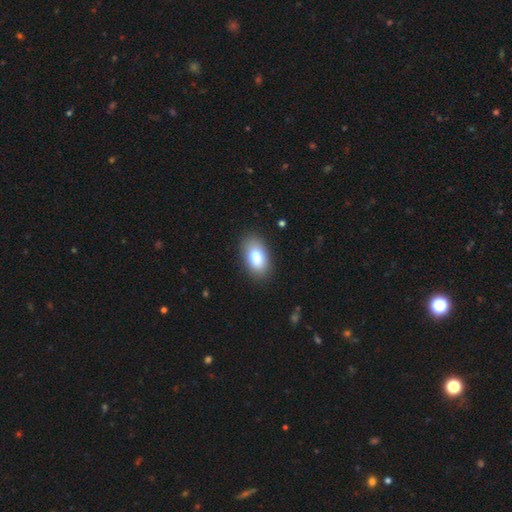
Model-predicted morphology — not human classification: This appears to be a smooth galaxy with no disk features (81%) that is in between round and cigar-shaped (92%). Merging: none (87%).